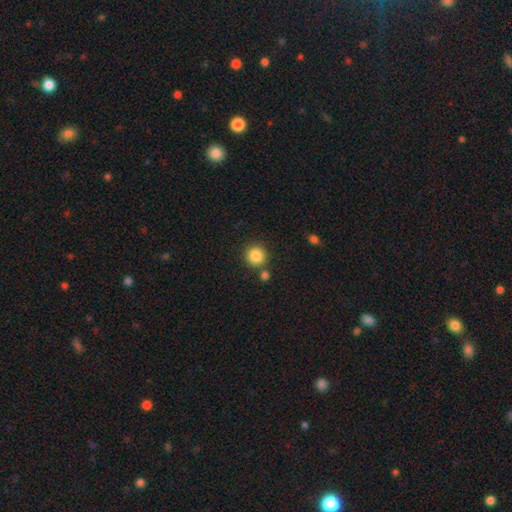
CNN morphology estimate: type=smooth (86%); roundness=round (94%); merging=none (79%).